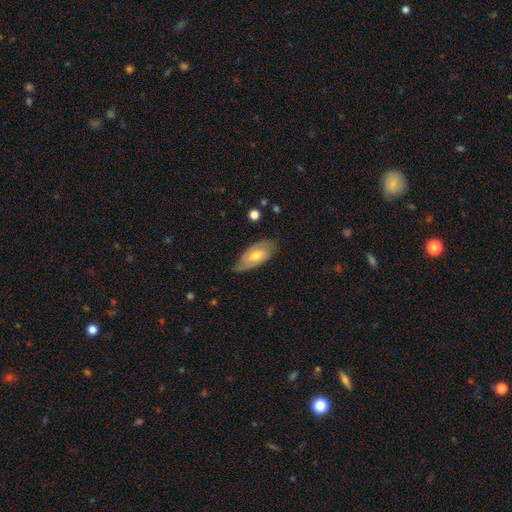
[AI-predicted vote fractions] Morphology: type=featured or disk (53%); edge-on=no (85%); merging=none (66%).